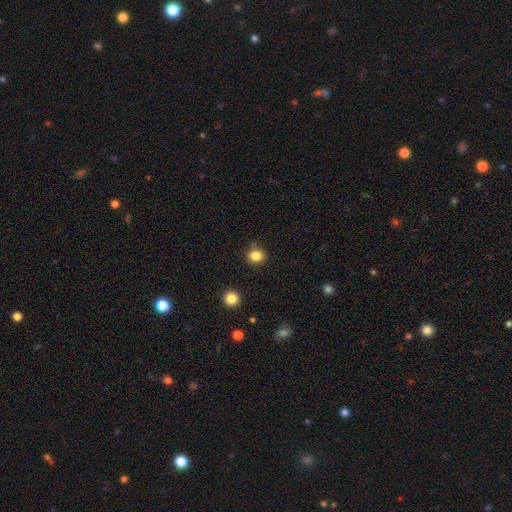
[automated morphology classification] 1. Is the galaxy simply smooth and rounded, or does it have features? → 85% smooth, 11% star or artifact, 4% featured or disk.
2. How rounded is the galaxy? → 74% round, 25% in between, 1% cigar-shaped.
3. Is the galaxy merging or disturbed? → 84% none, 10% minor disturbance, 3% merger, 3% major disturbance.